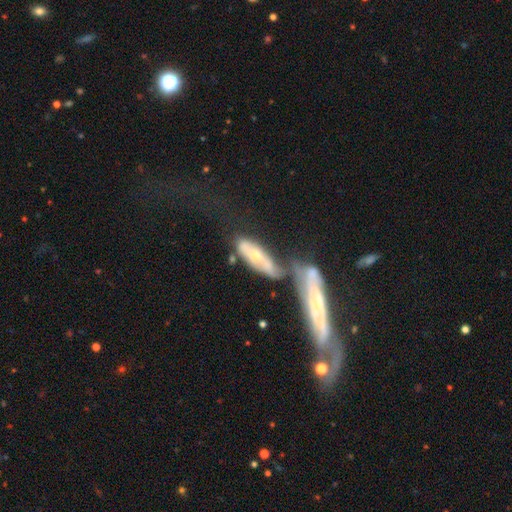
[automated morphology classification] Smooth or featured?
  - featured or disk: 56% *
  - smooth: 37%
  - star or artifact: 8%
Edge-on disk?
  - no: 68% *
  - yes: 32%
Merging?
  - merger: 49% *
  - none: 25%
  - minor disturbance: 15%
  - major disturbance: 11%